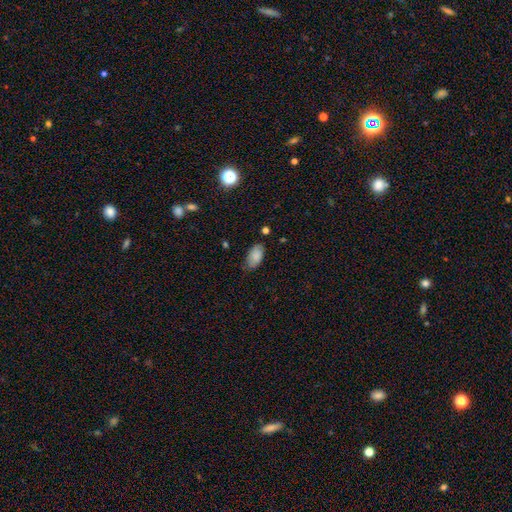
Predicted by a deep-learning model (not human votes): This appears to be a smooth galaxy with no disk features (82%) that is in between round and cigar-shaped (94%). Merging: none (68%).